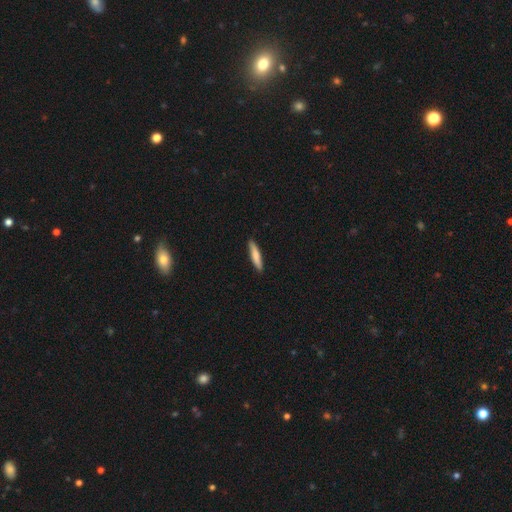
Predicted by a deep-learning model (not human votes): A smooth galaxy with no disk features (76%) that is cigar-shaped (87%). Merging: none (89%).